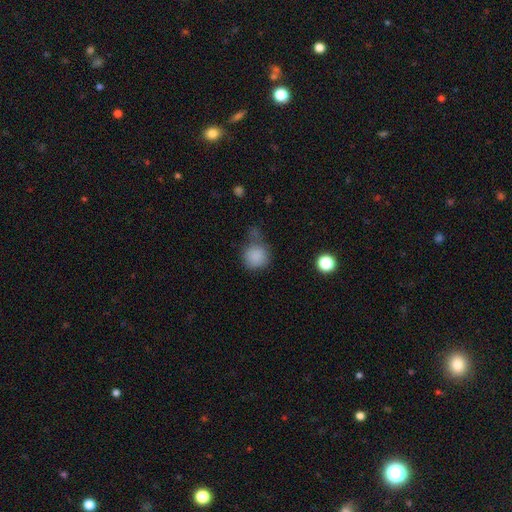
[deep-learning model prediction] This appears to be a smooth galaxy with no disk features (85%) that is round (87%). Merging: none (50%).